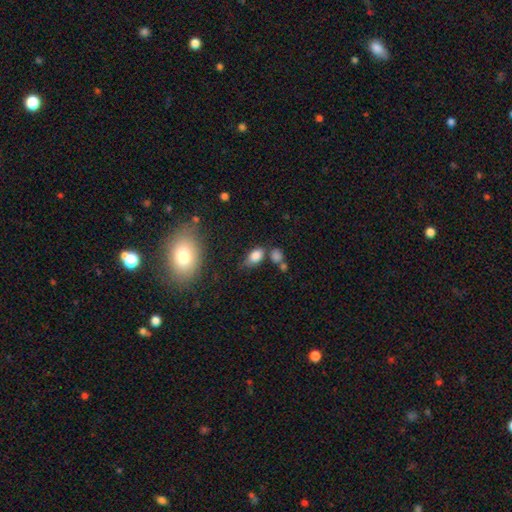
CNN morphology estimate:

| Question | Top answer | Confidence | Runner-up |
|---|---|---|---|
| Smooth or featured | smooth | 83% | star or artifact (10%) |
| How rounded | in between | 88% | round (10%) |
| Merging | none | 55% | minor disturbance (23%) |